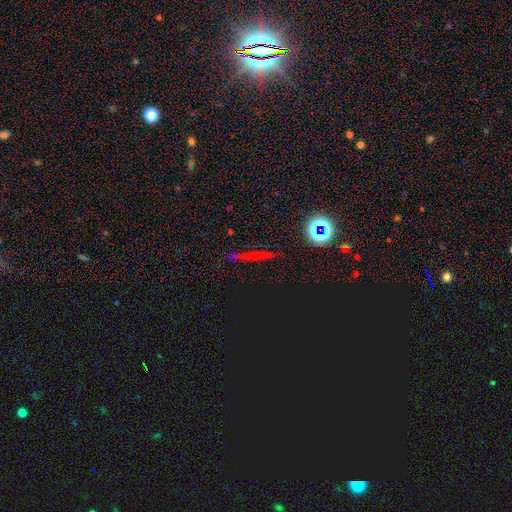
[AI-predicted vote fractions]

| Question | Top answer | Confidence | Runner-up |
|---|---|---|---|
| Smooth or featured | star or artifact | 57% | smooth (28%) |